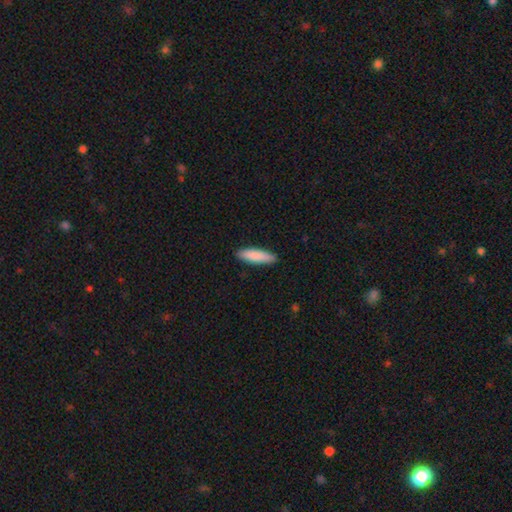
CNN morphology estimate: Smooth or featured?
  - smooth: 87% *
  - featured or disk: 8%
  - star or artifact: 5%
How rounded?
  - cigar-shaped: 70% *
  - in between: 28%
  - round: 1%
Merging?
  - none: 89% *
  - minor disturbance: 8%
  - major disturbance: 2%
  - merger: 1%